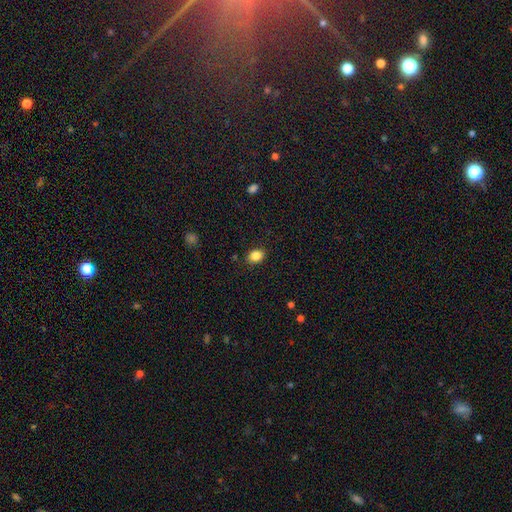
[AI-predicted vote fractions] Smooth or featured: smooth — 86% (star or artifact — 10%)
How rounded: in between — 63% (round — 36%)
Merging: none — 86% (minor disturbance — 10%)